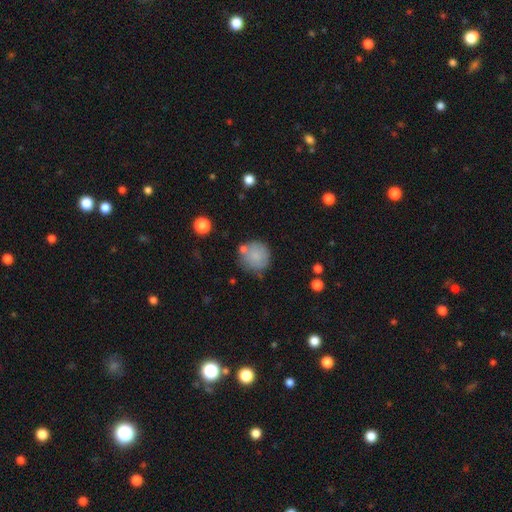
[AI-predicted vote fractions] Smooth or featured? Predicted: smooth (p=0.82). How rounded? Predicted: round (p=0.91). Merging? Predicted: none (p=0.67).